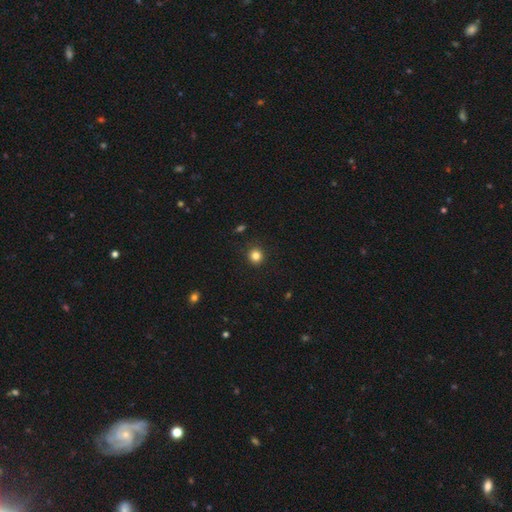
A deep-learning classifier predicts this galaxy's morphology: A smooth galaxy with no disk features (83%) that is round (92%). Merging: none (91%).